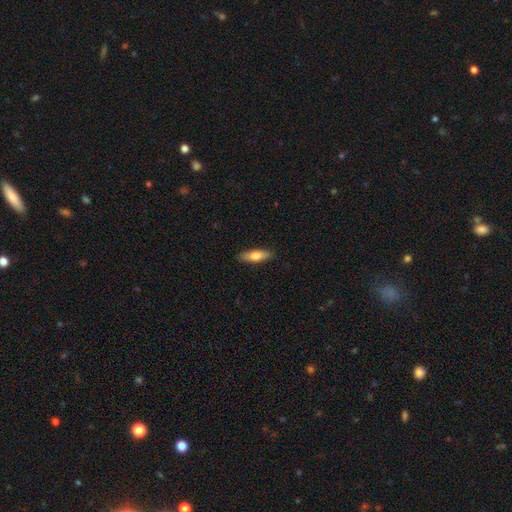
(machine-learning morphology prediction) type=smooth (74%); roundness=cigar-shaped (50%); merging=none (88%).